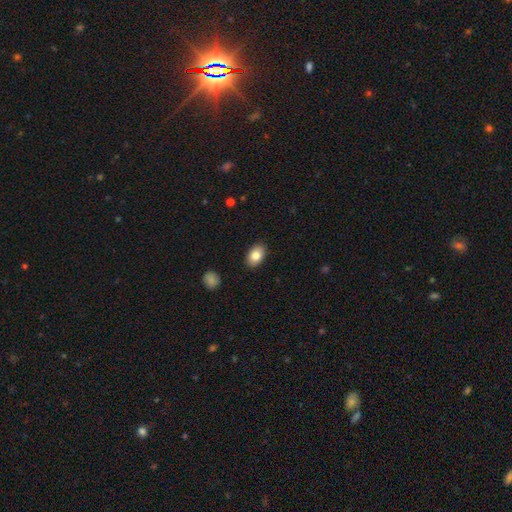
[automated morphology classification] A smooth galaxy with no disk features (82%) that is in between round and cigar-shaped (87%). Merging: none (89%).